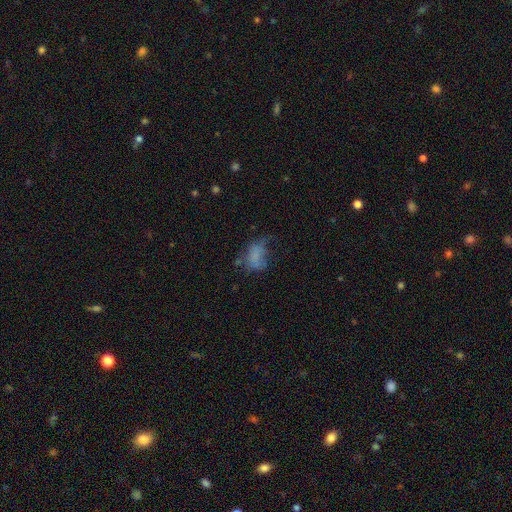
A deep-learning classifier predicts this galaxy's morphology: Q: Smooth or featured?
A: smooth (59%); runner-up: featured or disk (25%)
Q: How rounded?
A: in between (81%); runner-up: round (16%)
Q: Merging?
A: major disturbance (40%); runner-up: none (29%)